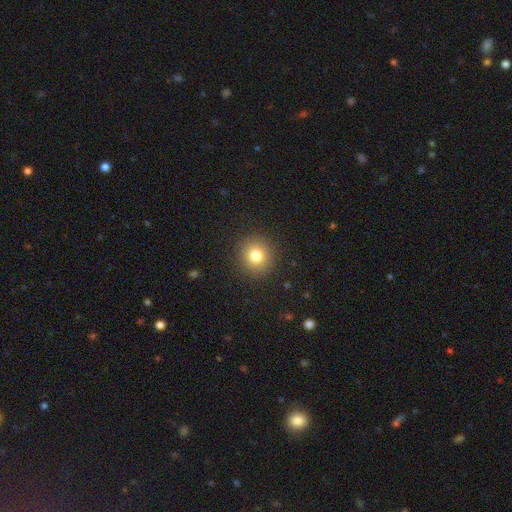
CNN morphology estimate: A smooth galaxy with no disk features (79%) that is round (90%).

Vote fractions:
- Smooth or featured? smooth: 79% / star or artifact: 12% / featured or disk: 8%
- How rounded? round: 90% / in between: 9% / cigar-shaped: 1%
- Merging? none: 90% / minor disturbance: 6% / major disturbance: 3% / merger: 1%